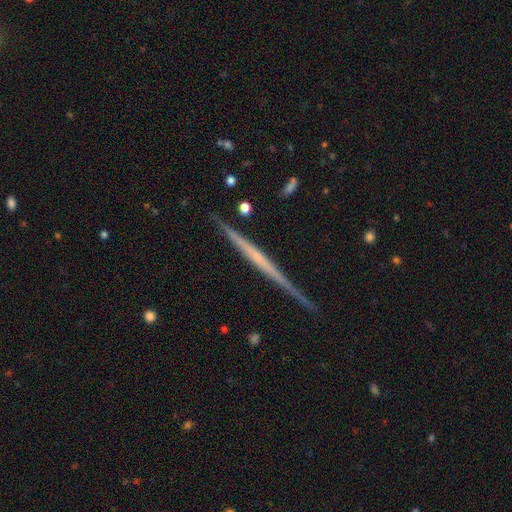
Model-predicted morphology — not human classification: smooth-or-featured: featured or disk: 72% | smooth: 22% | star or artifact: 6%
  disk-edge-on: yes: 98% | no: 2%
    edge-on-bulge: none: 78% | rounded: 14% | boxy: 8%
  merging: none: 87% | minor disturbance: 9% | major disturbance: 2% | merger: 2%